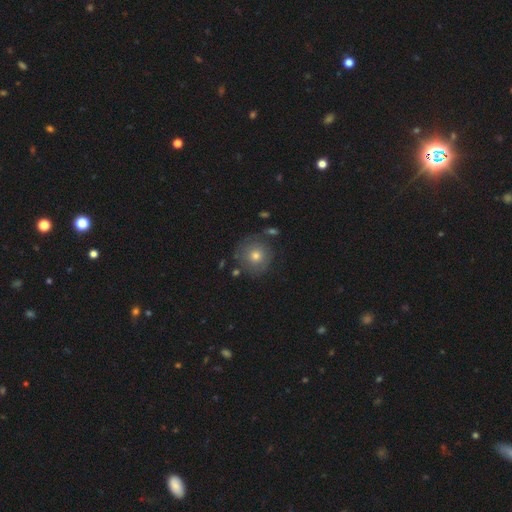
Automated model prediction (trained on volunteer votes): This is likely a smooth galaxy (61%). How rounded: clearly round (93%). Merging: likely none (76%).